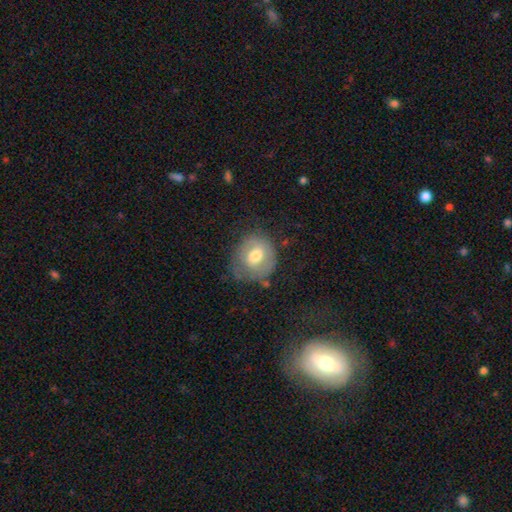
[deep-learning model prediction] This appears to be a smooth galaxy with no disk features (54%) that is round (67%). Merging: none (59%).